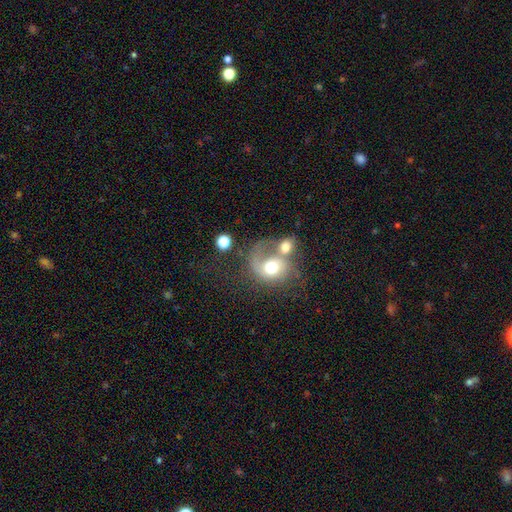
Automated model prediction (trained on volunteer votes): Overall: featured or disk (54%; smooth 35%). Edge-on disk: no (97%). Bar: no (74%). Spiral arms: yes (69%; no 31%). Bulge size: moderate (66%). Merging: merger (44%; none 24%).